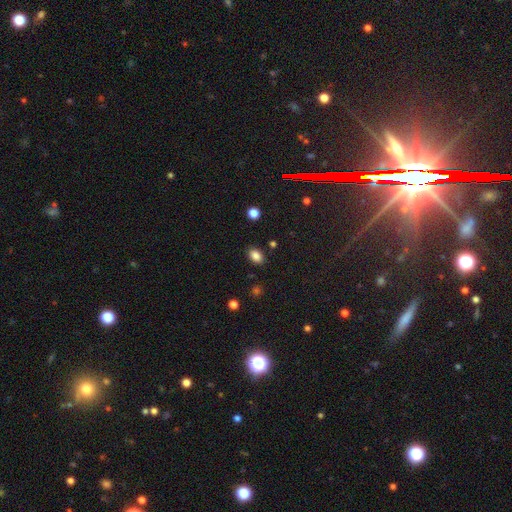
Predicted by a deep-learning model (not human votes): This is clearly a smooth galaxy (85%). How rounded: clearly in between (82%). Merging: clearly none (86%).